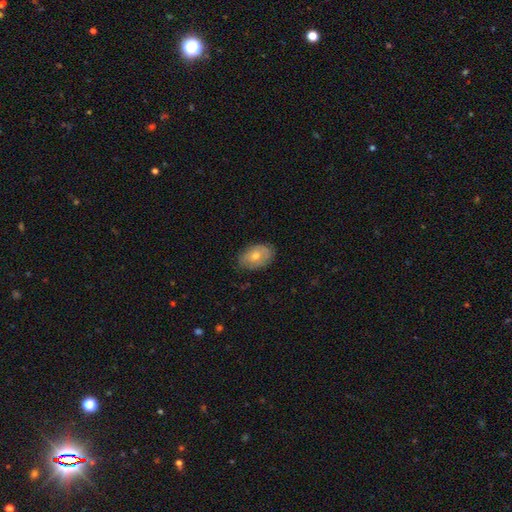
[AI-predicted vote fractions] The model was most divided on "smooth or featured": smooth: 56%, featured or disk: 36%, star or artifact: 9%. More confident: how rounded — in between (87%); merging — none (79%).